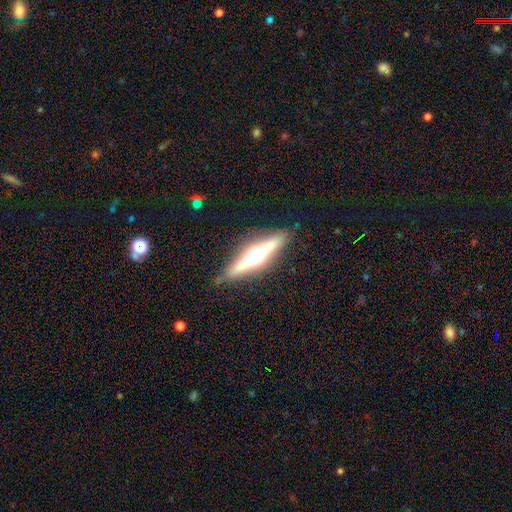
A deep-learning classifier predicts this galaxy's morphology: Smooth or featured: featured or disk — 77% (smooth — 16%)
Edge-on disk: yes — 97% (no — 3%)
Edge-on bulge: rounded — 89% (boxy — 7%)
Merging: none — 87% (minor disturbance — 9%)